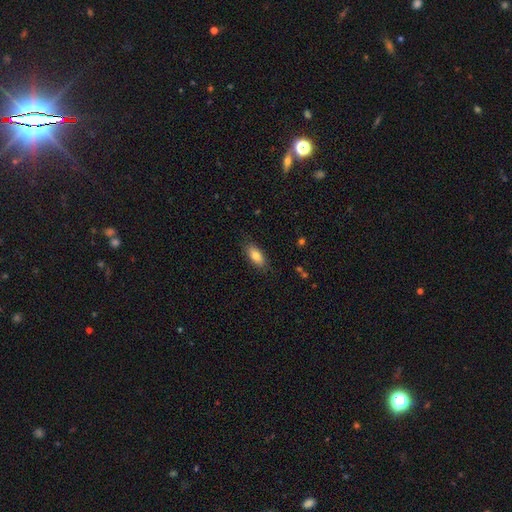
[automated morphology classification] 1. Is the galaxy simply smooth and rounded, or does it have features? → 81% smooth, 12% featured or disk, 7% star or artifact.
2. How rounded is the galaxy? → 85% in between, 12% cigar-shaped, 3% round.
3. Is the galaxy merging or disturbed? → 82% none, 14% minor disturbance, 3% major disturbance, 1% merger.